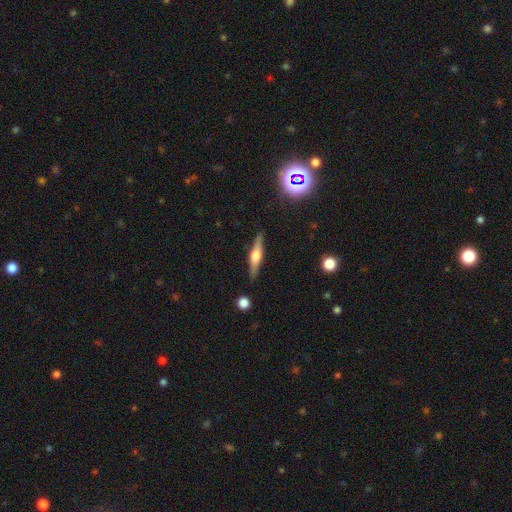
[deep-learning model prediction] Smooth or featured?
  - featured or disk: 69% *
  - smooth: 24%
  - star or artifact: 7%
Edge-on disk?
  - yes: 97% *
  - no: 3%
Edge-on bulge?
  - rounded: 86% *
  - boxy: 12%
  - none: 3%
Merging?
  - none: 88% *
  - minor disturbance: 8%
  - major disturbance: 2%
  - merger: 2%